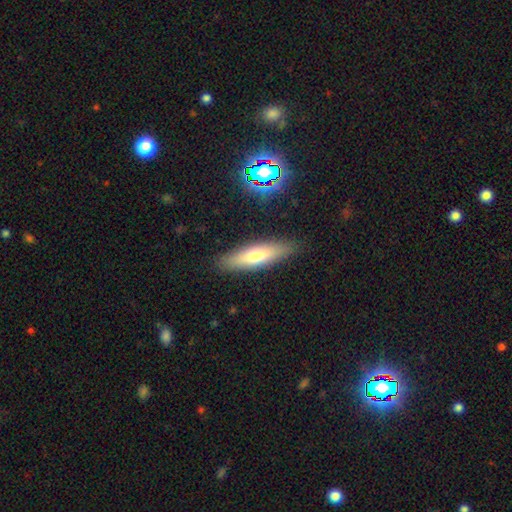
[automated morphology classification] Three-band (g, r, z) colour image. It shows a smooth galaxy with no disk features (65%) that is cigar-shaped (67%). Merging: none (88%).